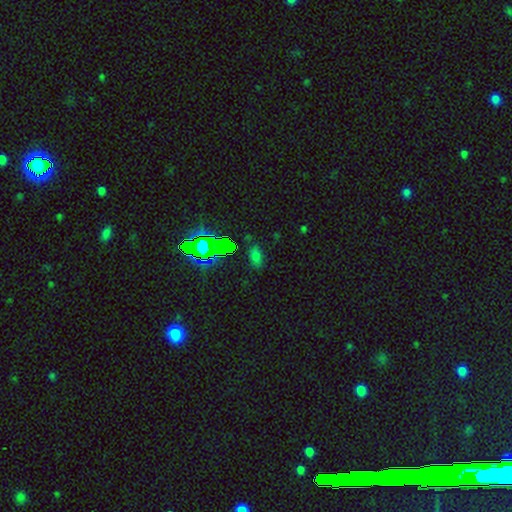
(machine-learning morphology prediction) Overall: smooth (56%; star or artifact 35%). How rounded: in between (86%). Merging: none (75%).